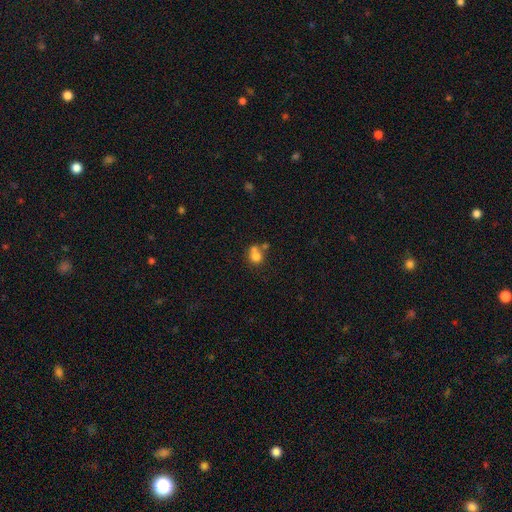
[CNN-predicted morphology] smooth-or-featured: smooth: 75% | featured or disk: 14% | star or artifact: 12%
  how-rounded: round: 74% | in between: 26% | cigar-shaped: 1%
  merging: merger: 45% | none: 38% | minor disturbance: 11% | major disturbance: 5%